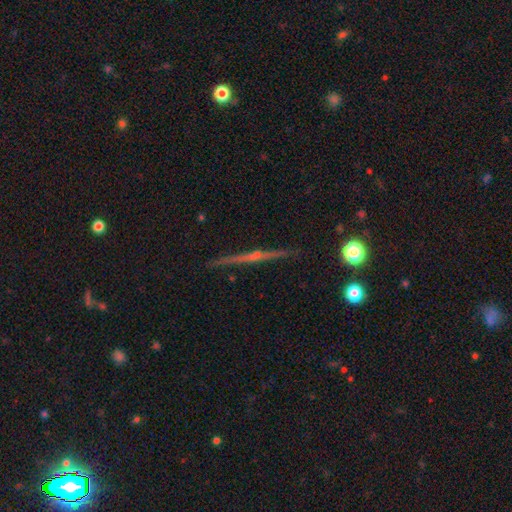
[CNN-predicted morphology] Smooth or featured? featured or disk (75%)
Edge-on disk? yes (98%)
Edge-on bulge? rounded (65%)
Merging? none (91%)